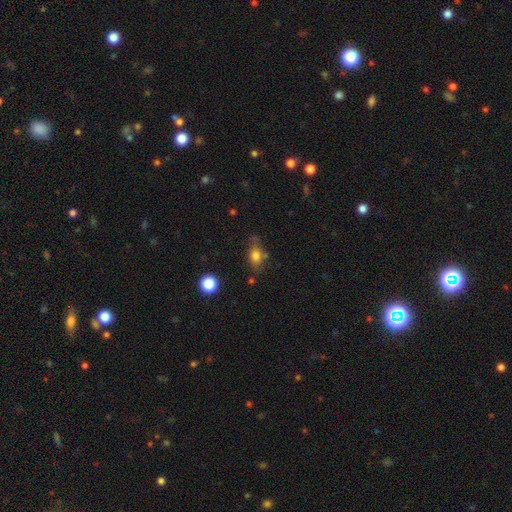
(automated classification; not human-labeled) smooth 71%, featured or disk 17%, star or artifact 12%. Down the decision tree: how rounded — in between (69%); merging — none (57%).